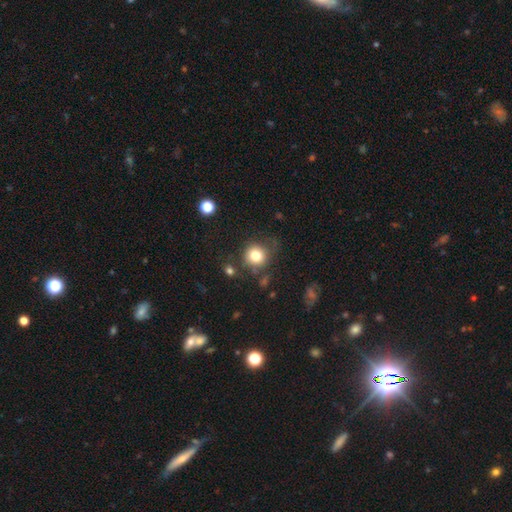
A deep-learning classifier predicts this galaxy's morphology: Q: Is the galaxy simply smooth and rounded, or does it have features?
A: smooth — 80%.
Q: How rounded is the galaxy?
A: round — 88%.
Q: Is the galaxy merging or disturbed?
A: none — 70%.